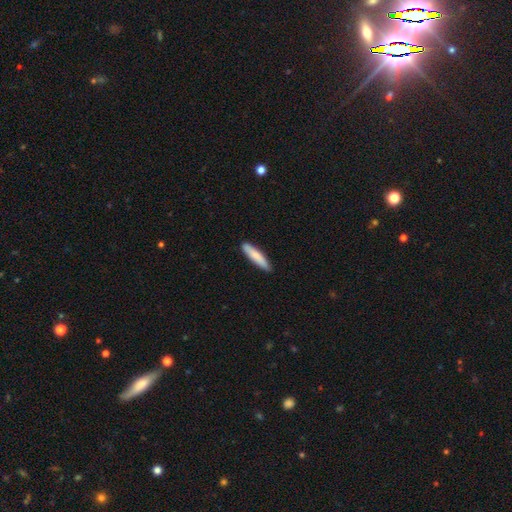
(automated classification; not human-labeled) This is likely a smooth galaxy (79%). How rounded: clearly cigar-shaped (85%). Merging: clearly none (86%).